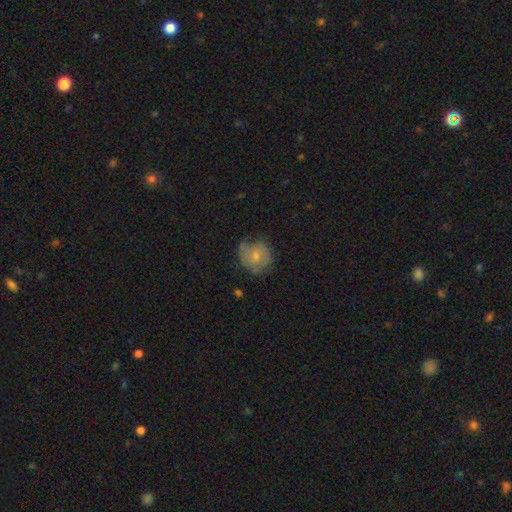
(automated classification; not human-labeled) Smooth or featured? Predicted: smooth (p=0.63). How rounded? Predicted: round (p=0.77). Merging? Predicted: none (p=0.53).